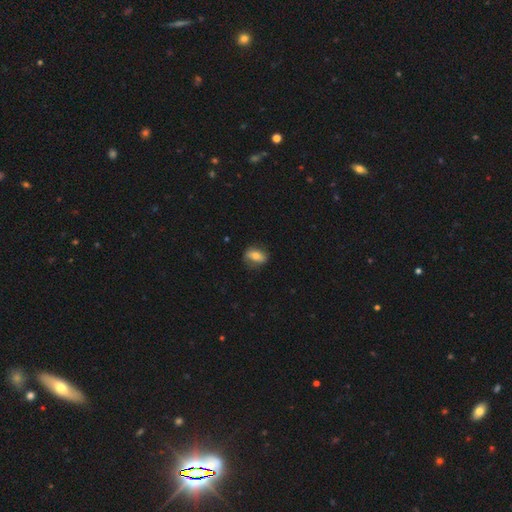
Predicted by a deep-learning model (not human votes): Smooth or featured? Predicted: smooth (p=0.70). How rounded? Predicted: in between (p=0.79). Merging? Predicted: none (p=0.74).